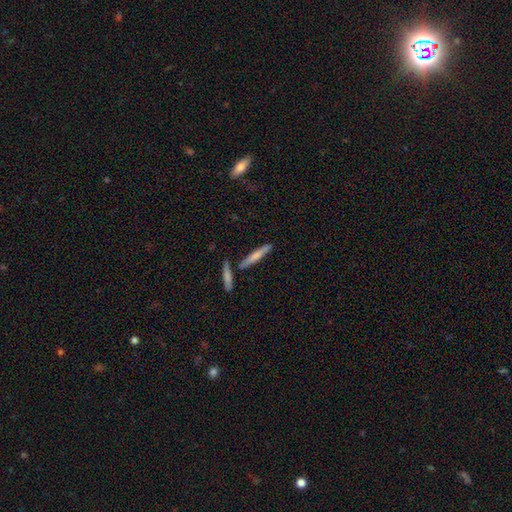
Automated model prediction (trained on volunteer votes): A smooth galaxy with no disk features (65%) that is cigar-shaped (91%). Merging: none (75%).